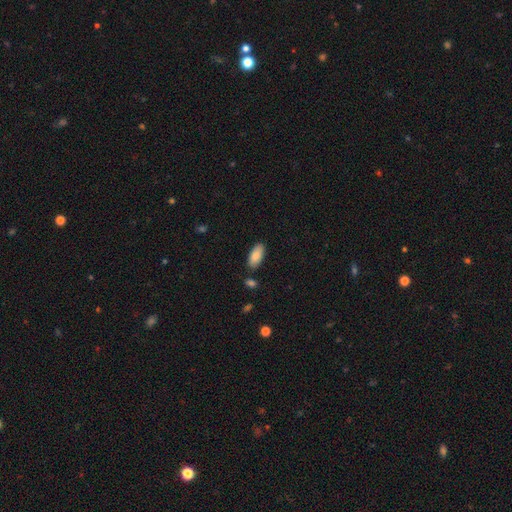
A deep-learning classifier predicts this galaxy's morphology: Smooth or featured?
  - smooth: 85% *
  - featured or disk: 8%
  - star or artifact: 6%
How rounded?
  - in between: 90% *
  - cigar-shaped: 8%
  - round: 2%
Merging?
  - none: 84% *
  - minor disturbance: 10%
  - merger: 3%
  - major disturbance: 2%